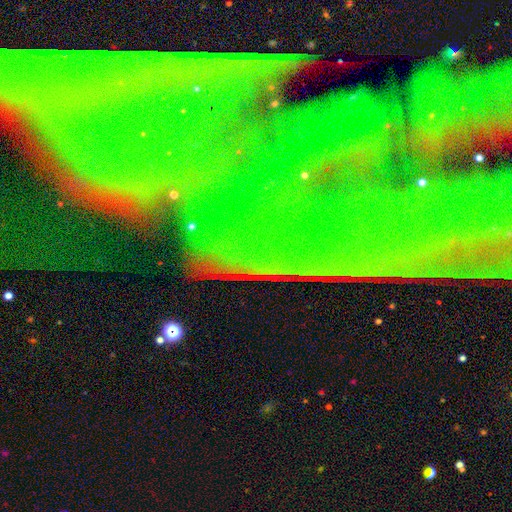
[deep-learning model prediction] Morphology: type=star or artifact (79%).